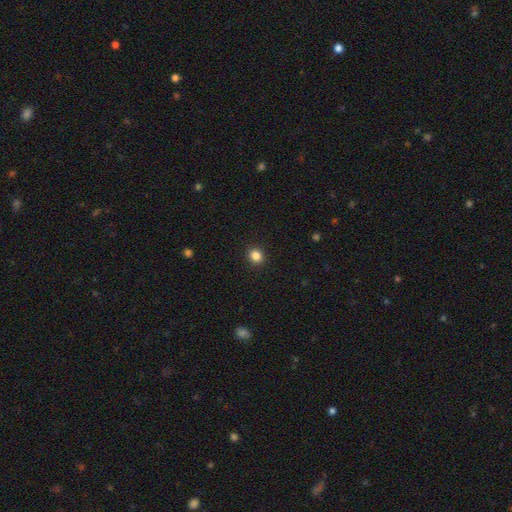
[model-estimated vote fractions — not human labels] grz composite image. It shows a smooth galaxy with no disk features (85%) that is round (75%). Merging: none (92%).